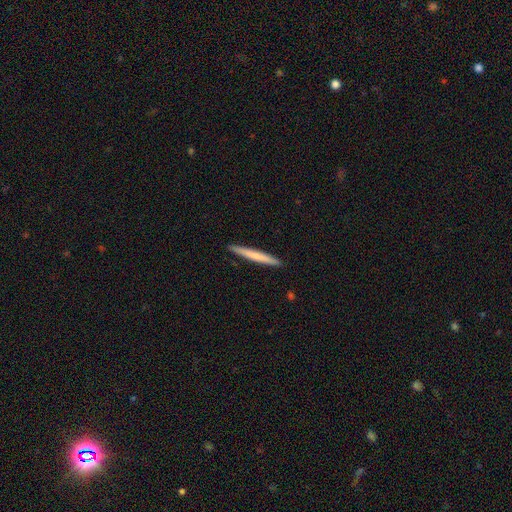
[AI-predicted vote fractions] Morphology: type=smooth (64%); roundness=cigar-shaped (97%); merging=none (92%).